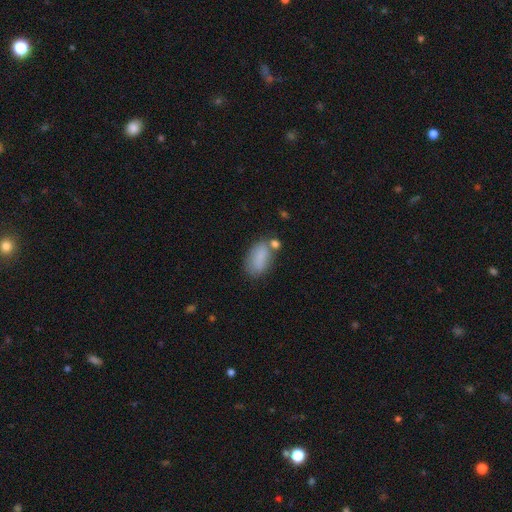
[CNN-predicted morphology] Smooth or featured? Predicted: smooth (p=0.76). How rounded? Predicted: in between (p=0.91). Merging? Predicted: none (p=0.65).